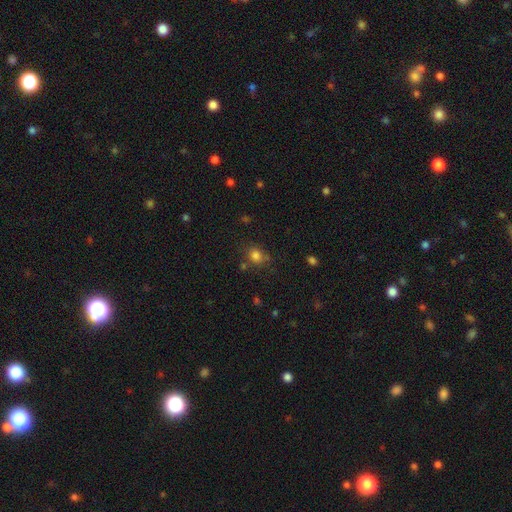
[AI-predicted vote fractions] Q: Smooth or featured?
A: smooth (79%); runner-up: star or artifact (14%)
Q: How rounded?
A: round (65%); runner-up: in between (34%)
Q: Merging?
A: none (69%); runner-up: minor disturbance (17%)